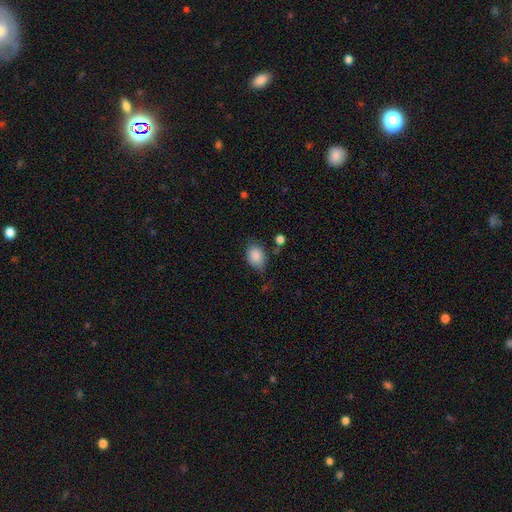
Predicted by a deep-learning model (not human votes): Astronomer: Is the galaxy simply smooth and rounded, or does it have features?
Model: smooth — 87%.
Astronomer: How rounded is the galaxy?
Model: in between — 71%.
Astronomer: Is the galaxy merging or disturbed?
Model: none — 64%.